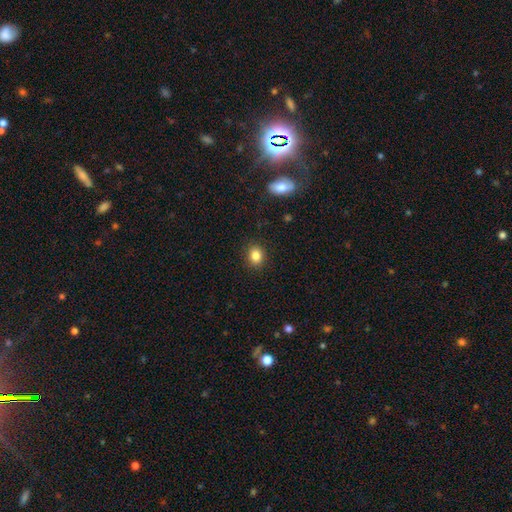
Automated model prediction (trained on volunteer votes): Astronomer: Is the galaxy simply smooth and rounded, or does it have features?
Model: smooth — 85%.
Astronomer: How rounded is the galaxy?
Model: round — 59% (runner-up: in between, 40%).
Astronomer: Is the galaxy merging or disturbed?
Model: none — 89%.